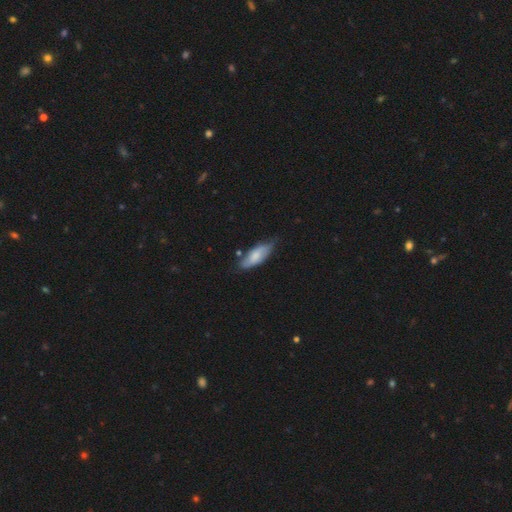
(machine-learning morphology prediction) Q: Smooth or featured?
A: smooth (71%); runner-up: featured or disk (23%)
Q: How rounded?
A: in between (71%); runner-up: cigar-shaped (27%)
Q: Merging?
A: none (60%); runner-up: minor disturbance (31%)